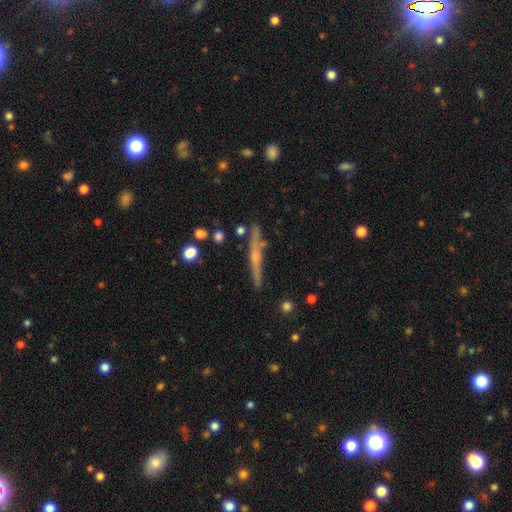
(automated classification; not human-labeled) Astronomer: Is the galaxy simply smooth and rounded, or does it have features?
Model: featured or disk — 64%.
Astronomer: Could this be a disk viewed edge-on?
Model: yes — 96%.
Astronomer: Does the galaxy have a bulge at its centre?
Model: rounded — 57% (runner-up: none, 35%).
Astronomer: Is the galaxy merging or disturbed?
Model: none — 83%.